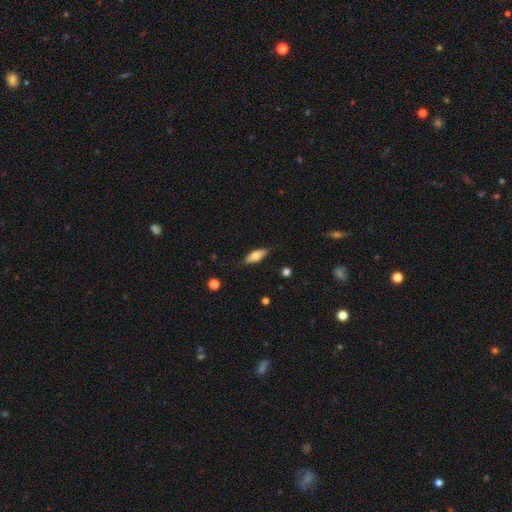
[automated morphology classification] Smooth or featured? smooth (65%)
How rounded? in between (68%)
Merging? none (83%)